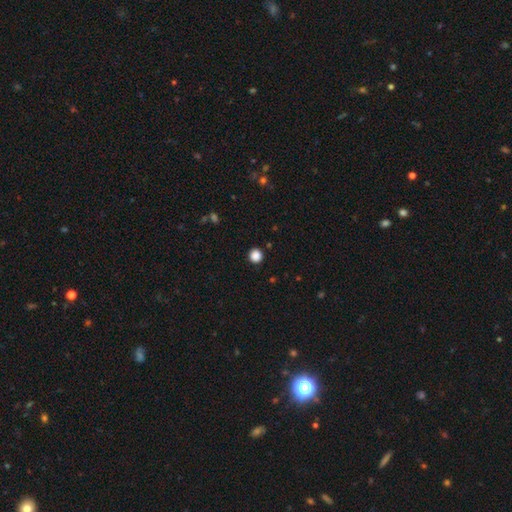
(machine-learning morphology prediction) Smooth or featured? smooth (86%)
How rounded? round (92%)
Merging? none (92%)